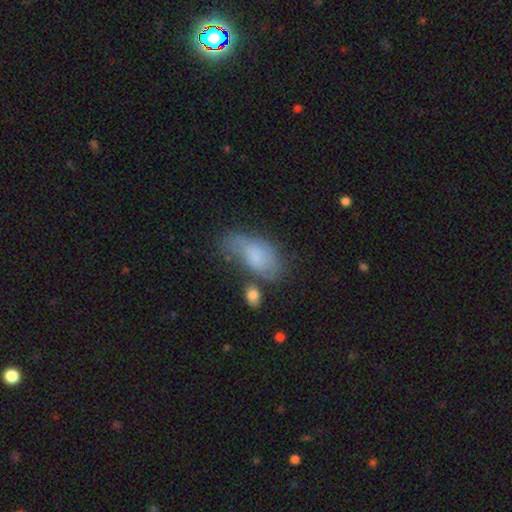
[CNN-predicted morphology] This is likely a smooth galaxy (68%). How rounded: clearly in between (90%). Merging: marginally none (37%).